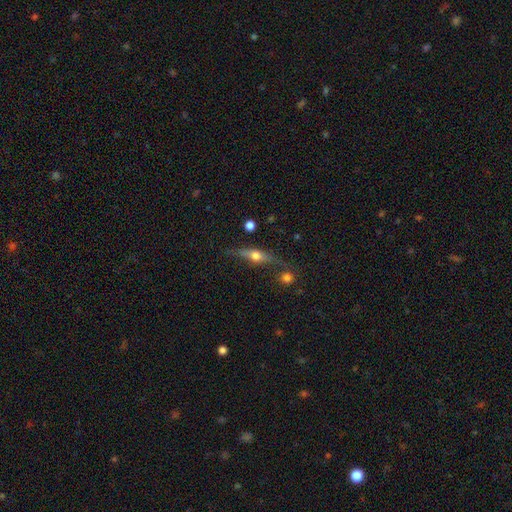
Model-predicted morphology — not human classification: smooth_or_featured: featured or disk (p=0.54) [alt: smooth p=0.37]
disk_edge_on: yes (p=0.89) [alt: no p=0.11]
merging: none (p=0.68) [alt: minor disturbance p=0.18]